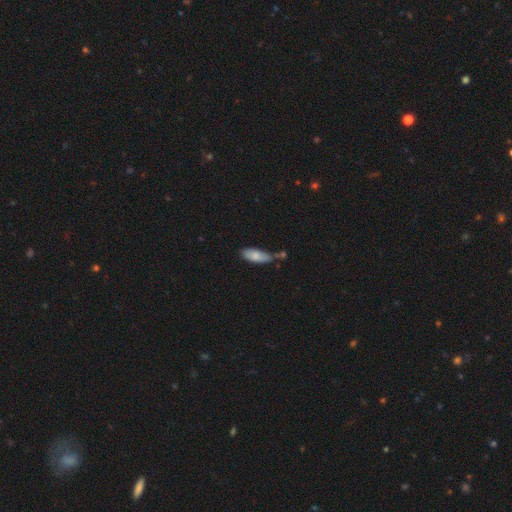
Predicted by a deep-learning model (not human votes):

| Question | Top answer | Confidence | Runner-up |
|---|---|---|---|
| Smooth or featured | smooth | 80% | featured or disk (14%) |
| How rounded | in between | 78% | cigar-shaped (20%) |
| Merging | none | 48% | minor disturbance (29%) |